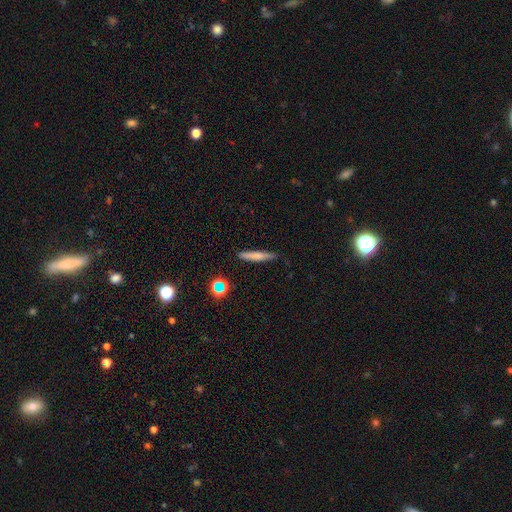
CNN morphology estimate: Overall: smooth (69%). How rounded: cigar-shaped (92%). Merging: none (86%).